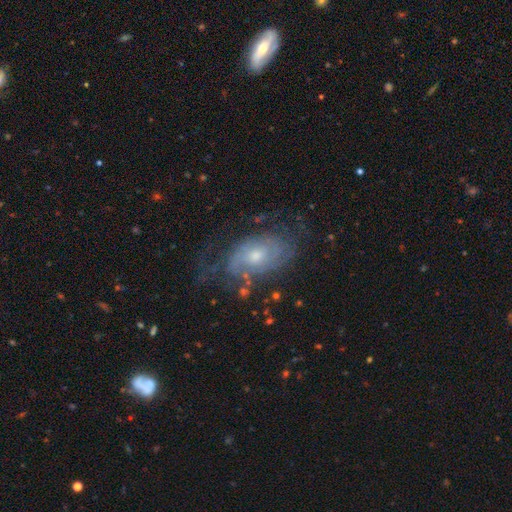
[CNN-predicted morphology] type=featured or disk (75%); edge-on=no (94%); bar=no (71%); spiral arms=yes (85%); winding=tight (57%); arm count=can't tell (47%); bulge=moderate (49%); merging=none (60%).